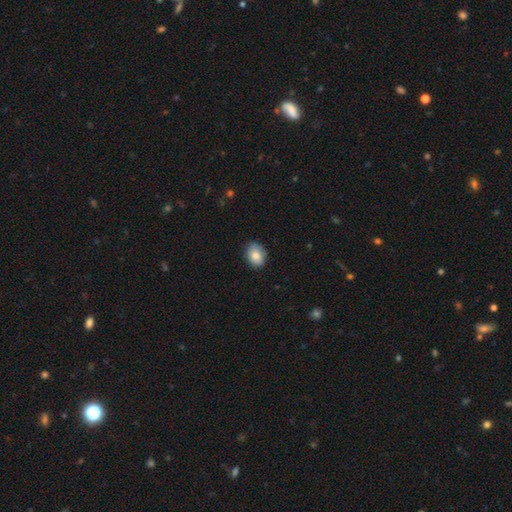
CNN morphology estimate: Smooth or featured? smooth (83%)
How rounded? in between (67%)
Merging? none (81%)